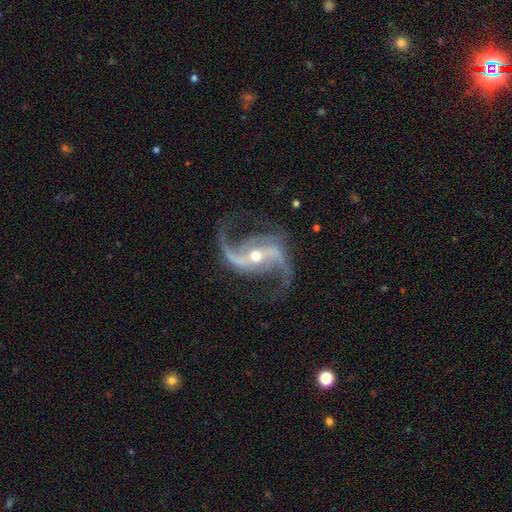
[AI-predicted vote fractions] Overall: featured or disk (93%). Edge-on disk: no (98%). Bar: strong (46%; weak 30%). Spiral arms: yes (98%). Spiral arm count: 2 (93%). Spiral winding: loose (63%; medium 31%). Bulge size: moderate (51%; small 46%). Merging: none (79%).